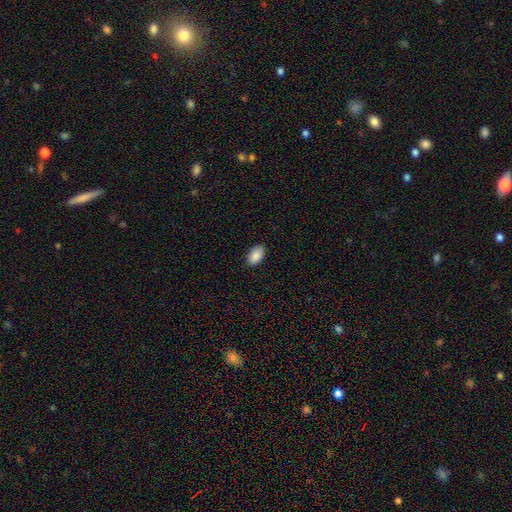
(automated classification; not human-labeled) Smooth or featured: smooth — 89% (star or artifact — 7%)
How rounded: in between — 94% (round — 4%)
Merging: none — 87% (minor disturbance — 11%)